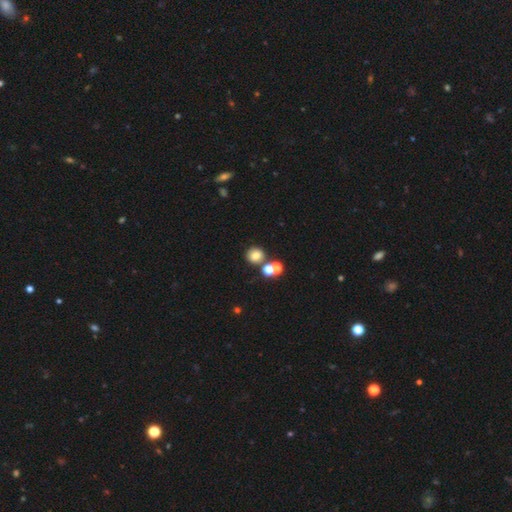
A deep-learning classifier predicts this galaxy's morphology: A smooth galaxy with no disk features (74%) that is round (84%).

Vote fractions:
- Smooth or featured? smooth: 74% / star or artifact: 16% / featured or disk: 10%
- How rounded? round: 84% / in between: 15% / cigar-shaped: 1%
- Merging? none: 65% / merger: 24% / minor disturbance: 8% / major disturbance: 4%